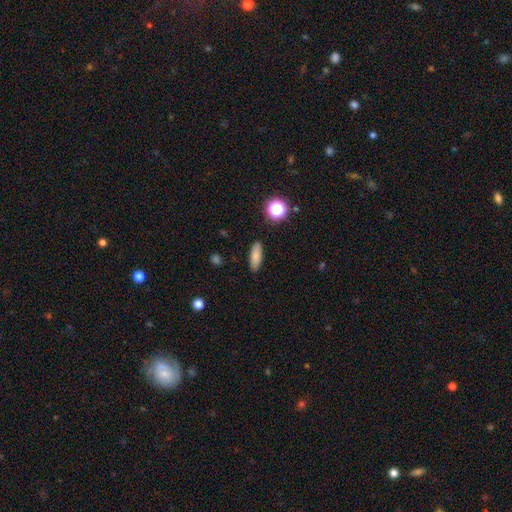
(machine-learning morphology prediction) This is likely a smooth galaxy (80%). How rounded: possibly in between (60%). Merging: clearly none (87%).